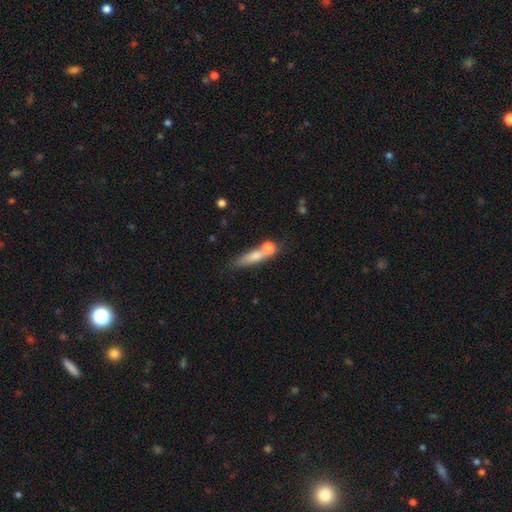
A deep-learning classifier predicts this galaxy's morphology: Q: Smooth or featured?
A: smooth (63%); runner-up: featured or disk (27%)
Q: How rounded?
A: cigar-shaped (66%); runner-up: in between (24%)
Q: Merging?
A: none (48%); runner-up: merger (30%)